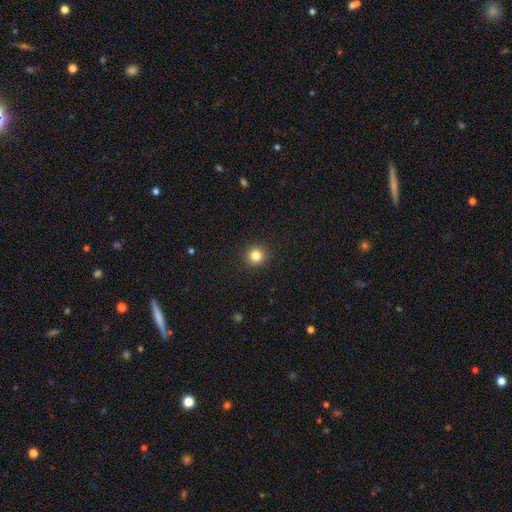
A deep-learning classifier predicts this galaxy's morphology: type=smooth (83%); roundness=round (93%); merging=none (93%).